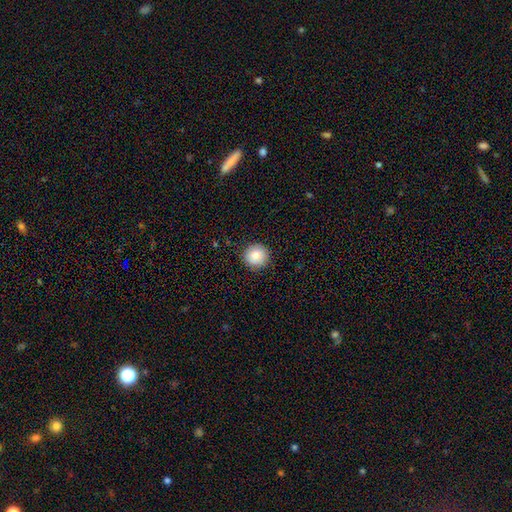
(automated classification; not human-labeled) Smooth or featured? smooth (82%)
How rounded? round (94%)
Merging? none (91%)